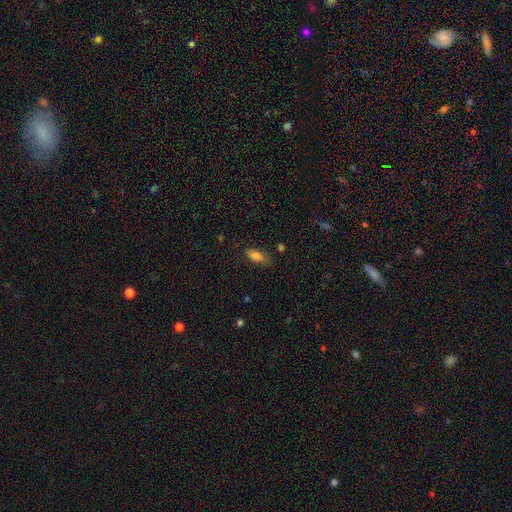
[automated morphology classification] This is clearly a smooth galaxy (84%). How rounded: clearly in between (82%). Merging: likely none (72%).